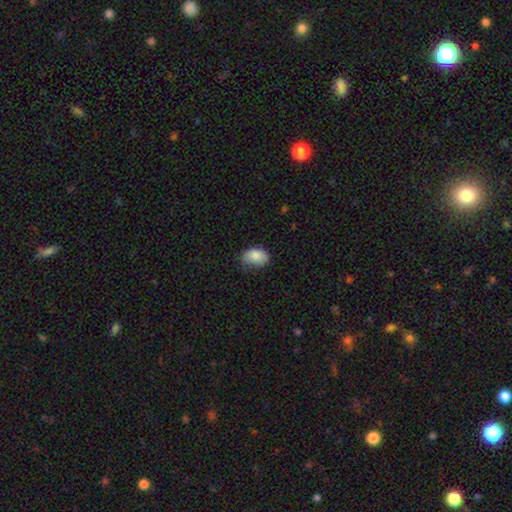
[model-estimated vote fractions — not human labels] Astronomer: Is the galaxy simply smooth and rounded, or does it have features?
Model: smooth — 86%.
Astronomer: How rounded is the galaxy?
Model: in between — 86%.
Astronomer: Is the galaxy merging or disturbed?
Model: none — 60%.